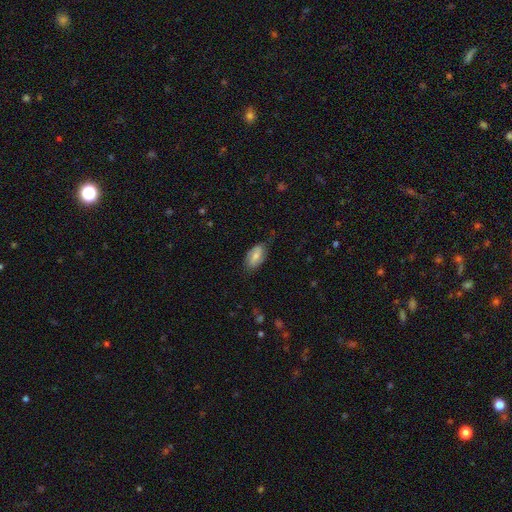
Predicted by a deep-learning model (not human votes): smooth 53%, featured or disk 40%, star or artifact 7%. Down the decision tree: how rounded — in between (92%); merging — none (66%).